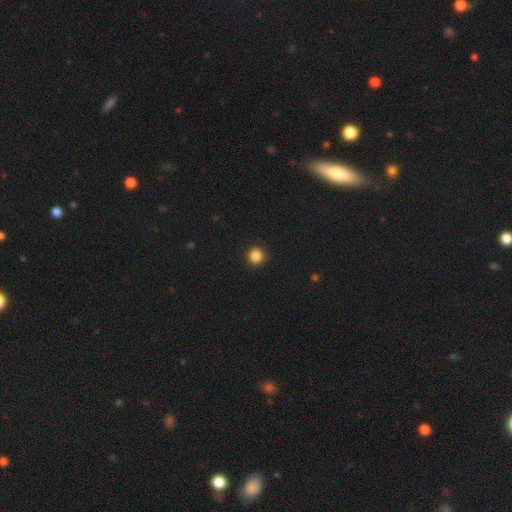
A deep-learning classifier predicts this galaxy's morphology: Overall: smooth (86%). How rounded: round (95%). Merging: none (92%).